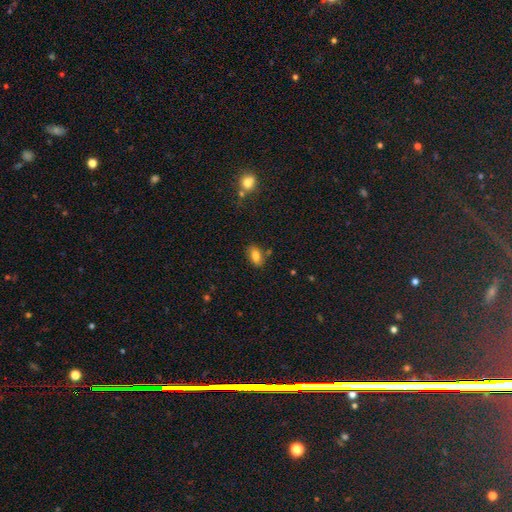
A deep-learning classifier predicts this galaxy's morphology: This appears to be a smooth galaxy with no disk features (79%) that is in between round and cigar-shaped (88%). Merging: none (78%).